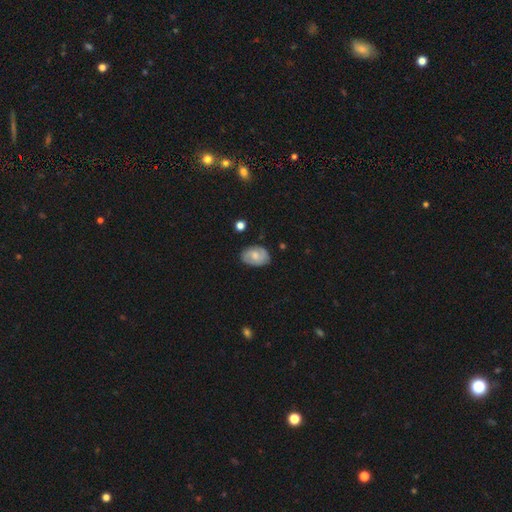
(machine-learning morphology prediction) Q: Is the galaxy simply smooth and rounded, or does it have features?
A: smooth — 53%.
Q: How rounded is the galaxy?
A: in between — 81%.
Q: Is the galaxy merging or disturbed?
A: none — 79%.